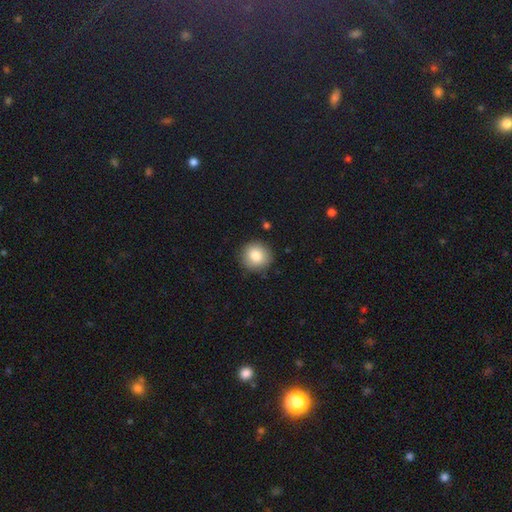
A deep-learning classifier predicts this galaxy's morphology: Smooth or featured? smooth (84%)
How rounded? round (92%)
Merging? none (89%)